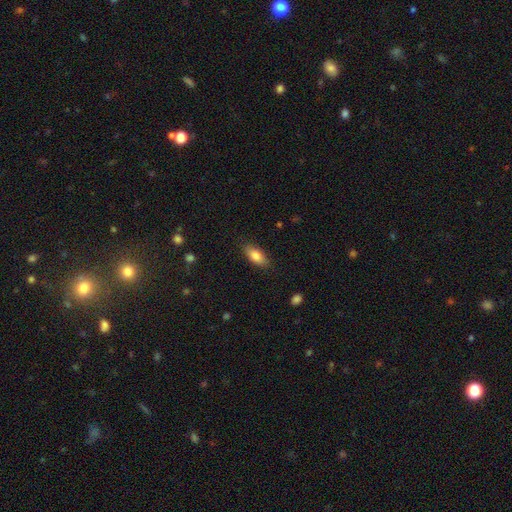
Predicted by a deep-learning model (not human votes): Smooth or featured: smooth — 81% (featured or disk — 13%)
How rounded: in between — 82% (cigar-shaped — 15%)
Merging: none — 85% (minor disturbance — 11%)